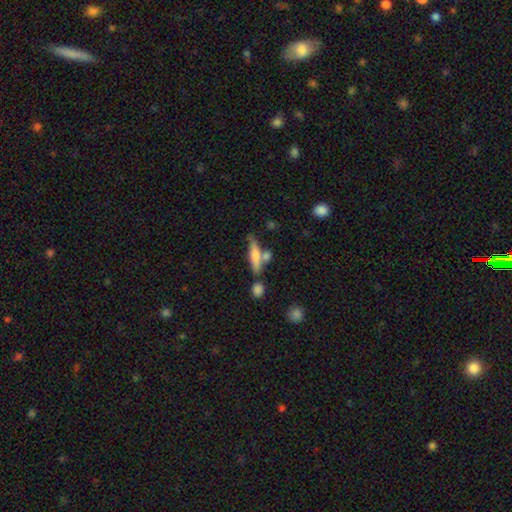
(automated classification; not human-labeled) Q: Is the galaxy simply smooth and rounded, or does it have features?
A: smooth — 55%.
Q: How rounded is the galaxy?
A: cigar-shaped — 76%.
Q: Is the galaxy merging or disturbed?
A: none — 56%.